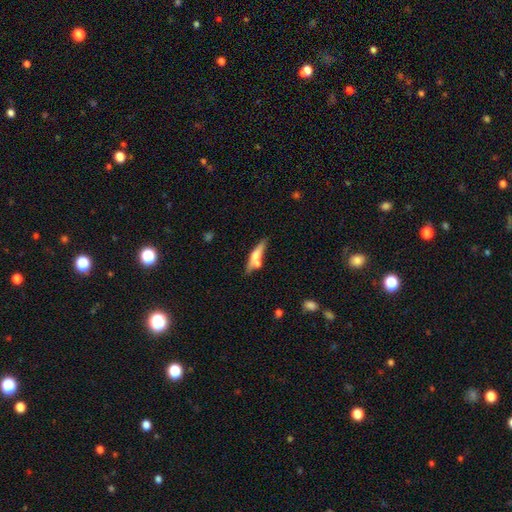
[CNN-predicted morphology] This appears to be a smooth galaxy with no disk features (51%) that is cigar-shaped (80%). Merging: none (59%).